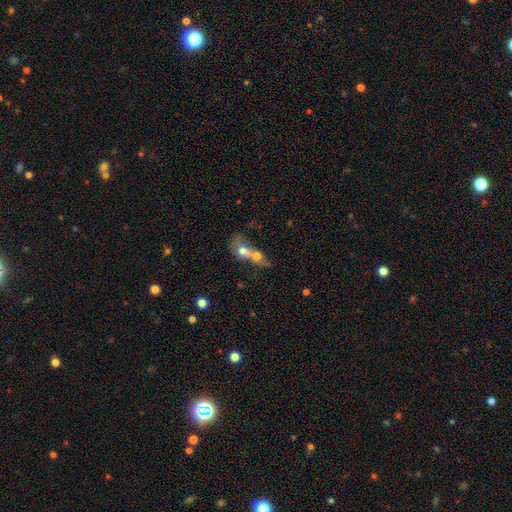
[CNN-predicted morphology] A smooth galaxy with no disk features (59%) that is round (46%, tied with in between). Merging: merger (80%).